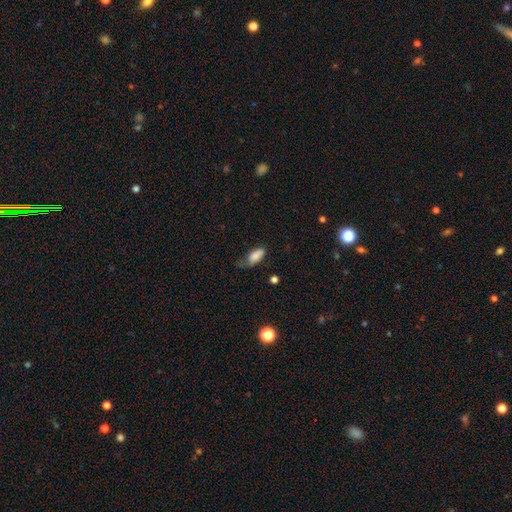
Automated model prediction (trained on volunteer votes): A smooth galaxy with no disk features (81%) that is in between round and cigar-shaped (89%). Merging: minor disturbance (38%).